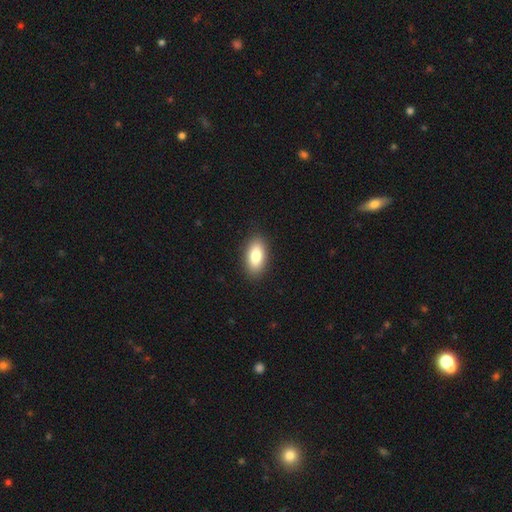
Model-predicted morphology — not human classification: This is clearly a smooth galaxy (82%). How rounded: clearly in between (90%). Merging: clearly none (89%).